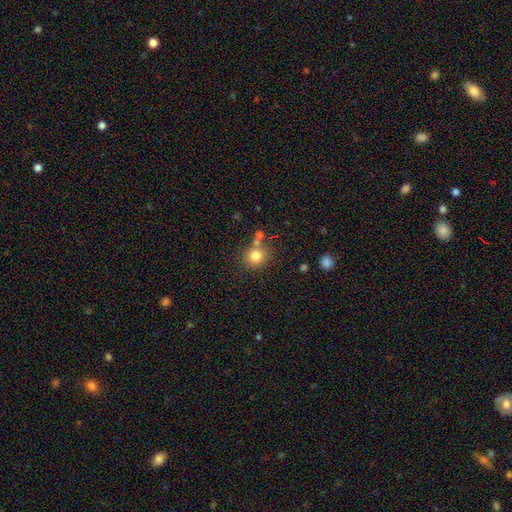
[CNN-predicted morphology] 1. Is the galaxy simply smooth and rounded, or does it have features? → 80% smooth, 12% star or artifact, 9% featured or disk.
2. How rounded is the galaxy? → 84% round, 15% in between, 1% cigar-shaped.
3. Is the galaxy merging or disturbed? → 66% none, 18% merger, 12% minor disturbance, 4% major disturbance.